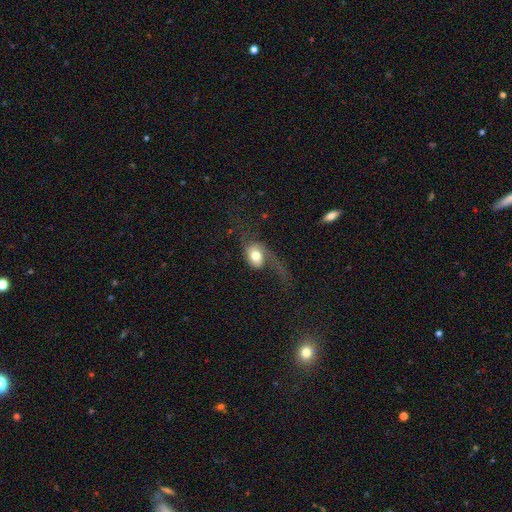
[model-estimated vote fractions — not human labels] Smooth or featured? smooth (51%)
How rounded? in between (60%)
Merging? major disturbance (53%)